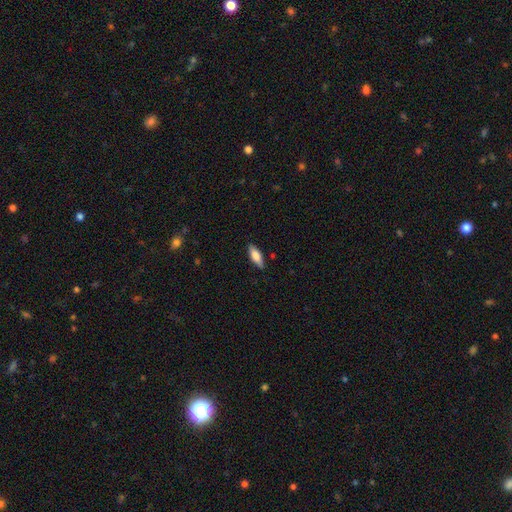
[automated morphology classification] Smooth or featured: smooth — 72% (featured or disk — 22%)
How rounded: in between — 66% (cigar-shaped — 32%)
Merging: none — 85% (minor disturbance — 11%)